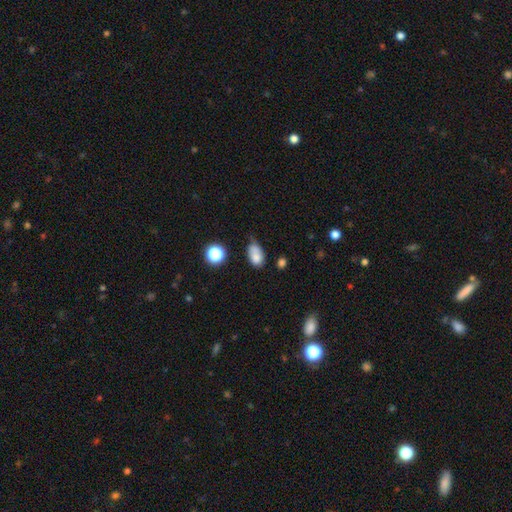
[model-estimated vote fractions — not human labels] Smooth or featured? Predicted: smooth (p=0.78). How rounded? Predicted: in between (p=0.83). Merging? Predicted: minor disturbance (p=0.40).